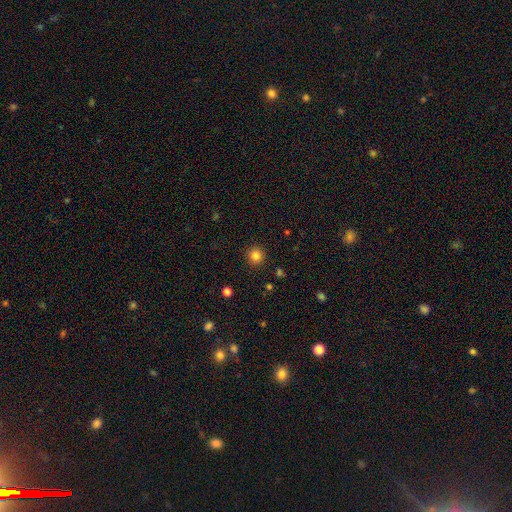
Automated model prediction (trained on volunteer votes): Smooth or featured: smooth — 83% (star or artifact — 12%)
How rounded: round — 95% (in between — 4%)
Merging: none — 92% (minor disturbance — 5%)